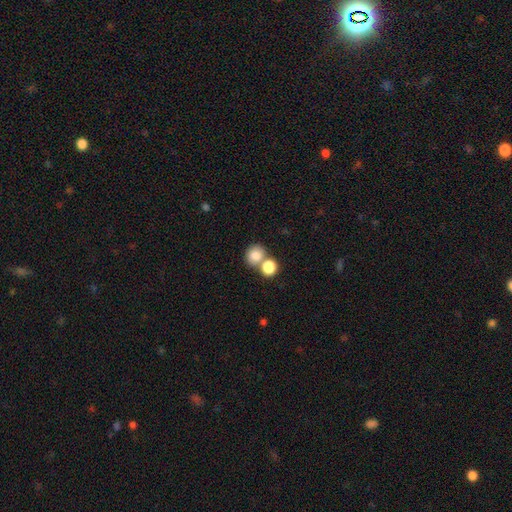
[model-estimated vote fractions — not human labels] Q: Smooth or featured?
A: smooth (82%); runner-up: star or artifact (10%)
Q: How rounded?
A: round (77%); runner-up: in between (22%)
Q: Merging?
A: none (46%); runner-up: merger (43%)